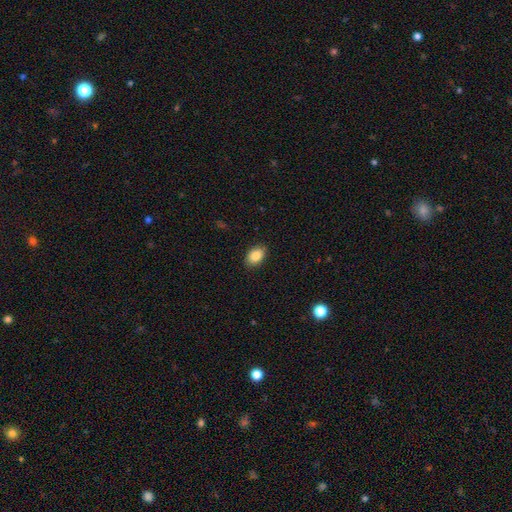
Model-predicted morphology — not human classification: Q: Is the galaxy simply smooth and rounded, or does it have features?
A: smooth — 85%.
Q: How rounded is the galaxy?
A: in between — 86%.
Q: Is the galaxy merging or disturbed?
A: none — 89%.